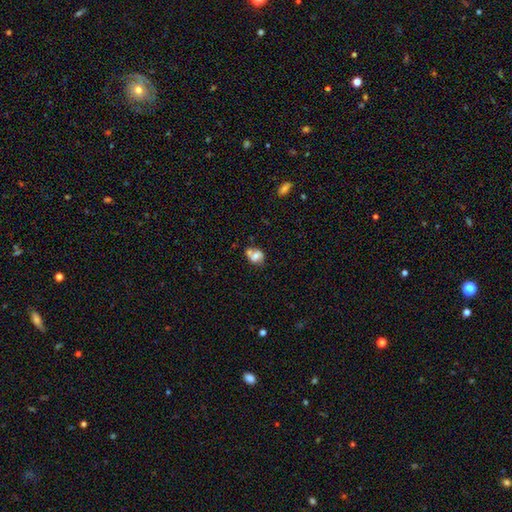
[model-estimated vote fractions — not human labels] A smooth galaxy with no disk features (55%) that is in between round and cigar-shaped (50%). Merging: none (40%).